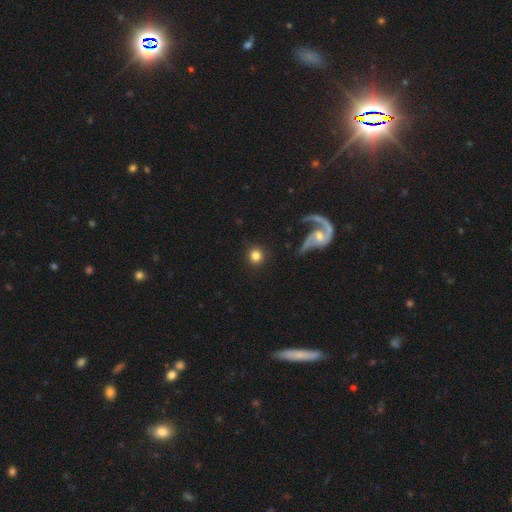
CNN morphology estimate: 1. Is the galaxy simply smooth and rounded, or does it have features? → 78% smooth, 13% featured or disk, 9% star or artifact.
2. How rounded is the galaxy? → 93% round, 6% in between, 1% cigar-shaped.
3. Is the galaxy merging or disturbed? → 87% none, 6% minor disturbance, 4% major disturbance, 3% merger.